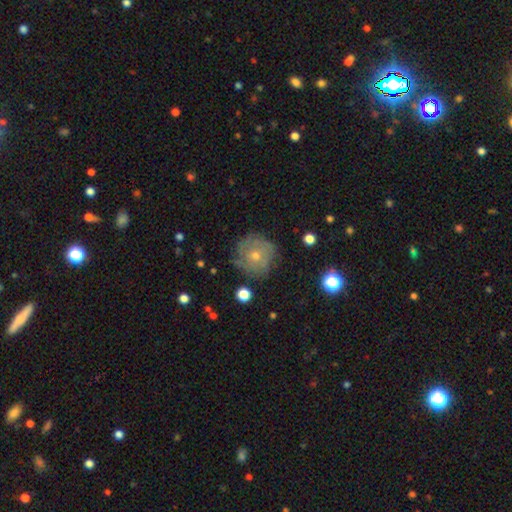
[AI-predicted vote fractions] A featured or disk galaxy (56%) with no bar (86%), spiral arms (74%) and a small central bulge (55%). Merging: none (77%).